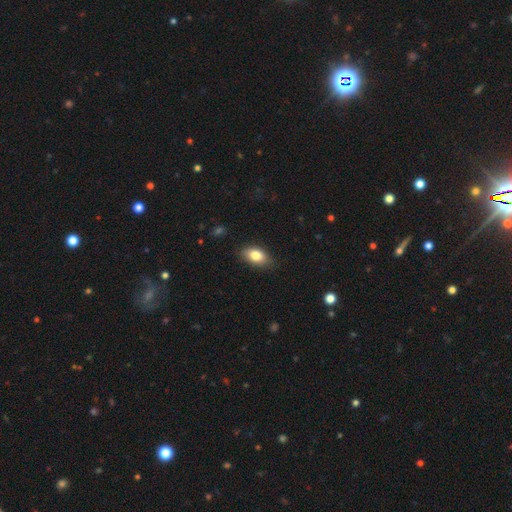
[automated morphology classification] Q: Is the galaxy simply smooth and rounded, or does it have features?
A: smooth — 81%.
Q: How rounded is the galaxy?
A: in between — 90%.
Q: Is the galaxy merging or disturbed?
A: none — 83%.